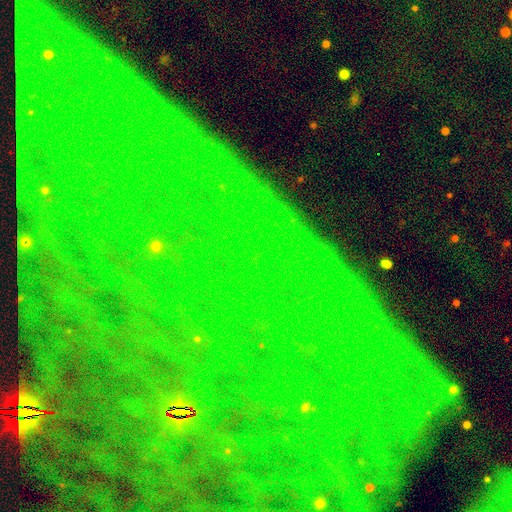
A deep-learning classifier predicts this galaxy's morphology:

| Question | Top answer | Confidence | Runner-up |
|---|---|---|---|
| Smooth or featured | star or artifact | 84% | featured or disk (8%) |